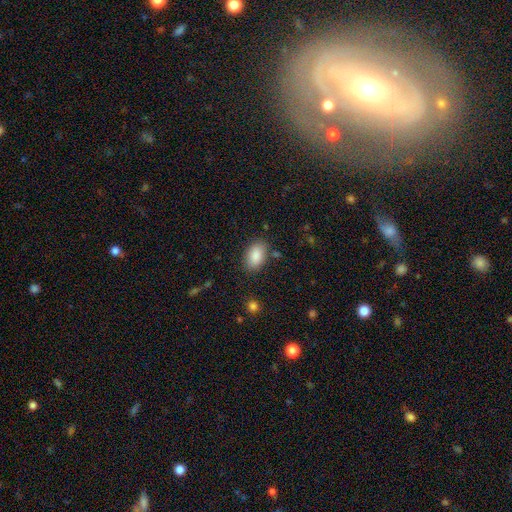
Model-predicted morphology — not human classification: This is clearly a smooth galaxy (88%). How rounded: clearly in between (91%). Merging: clearly none (82%).